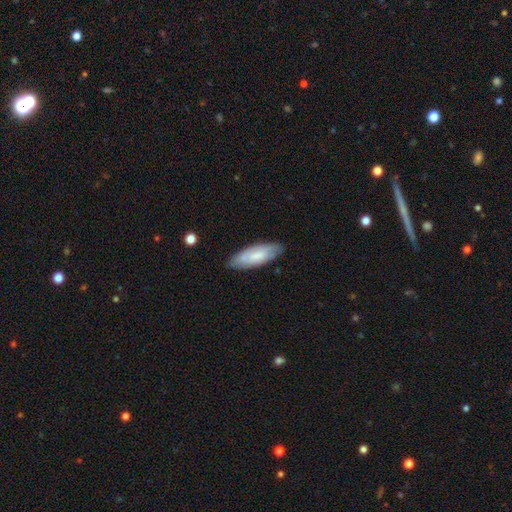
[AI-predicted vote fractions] smooth-or-featured: smooth: 59% | featured or disk: 35% | star or artifact: 6%
  how-rounded: in between: 69% | cigar-shaped: 29% | round: 2%
  merging: none: 78% | minor disturbance: 17% | major disturbance: 3% | merger: 2%